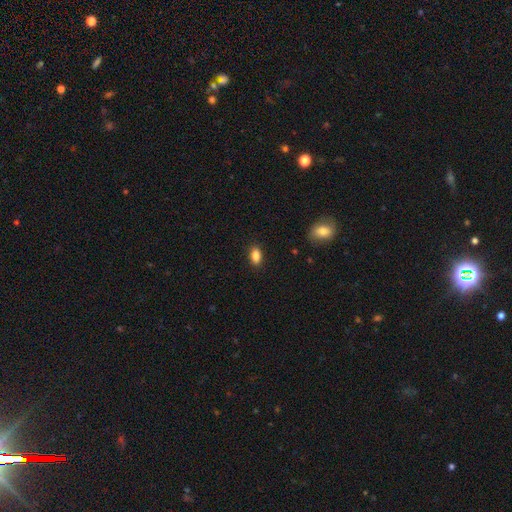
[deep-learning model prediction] A smooth galaxy with no disk features (86%) that is in between round and cigar-shaped (88%). Merging: none (88%).